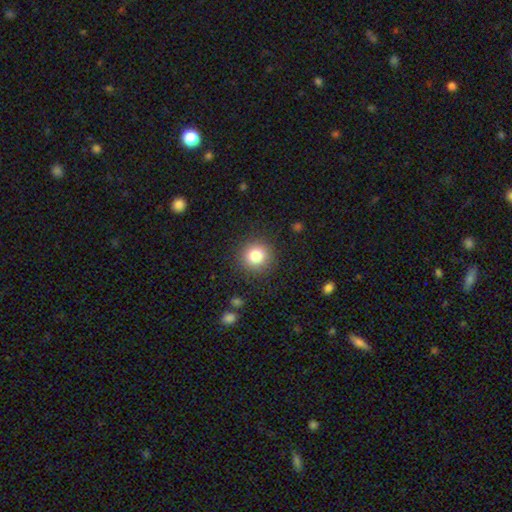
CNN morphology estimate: Smooth or featured?
  - smooth: 81% *
  - star or artifact: 11%
  - featured or disk: 8%
How rounded?
  - round: 94% *
  - in between: 6%
  - cigar-shaped: 1%
Merging?
  - none: 89% *
  - minor disturbance: 7%
  - major disturbance: 3%
  - merger: 1%